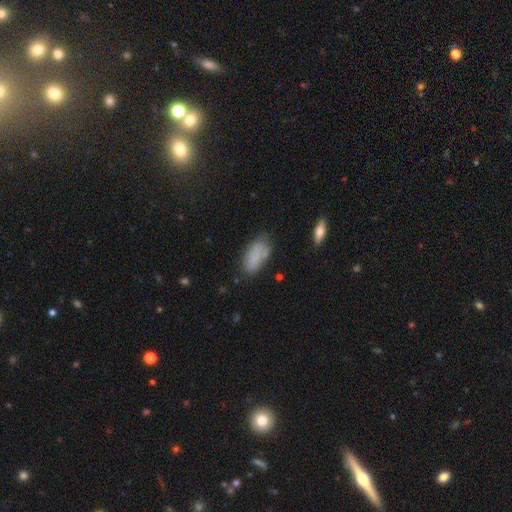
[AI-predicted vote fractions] Smooth or featured: smooth — 81% (featured or disk — 10%)
How rounded: in between — 90% (cigar-shaped — 8%)
Merging: none — 65% (minor disturbance — 23%)